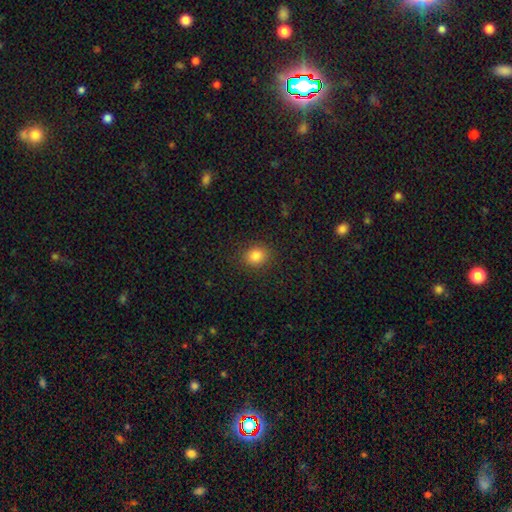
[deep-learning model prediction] Smooth or featured: smooth — 84% (star or artifact — 11%)
How rounded: round — 68% (in between — 31%)
Merging: none — 89% (minor disturbance — 7%)